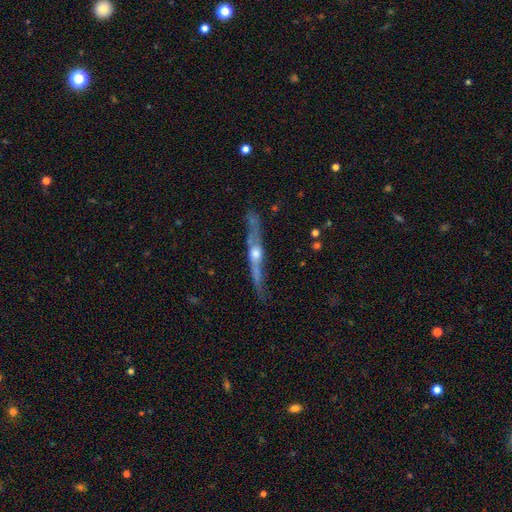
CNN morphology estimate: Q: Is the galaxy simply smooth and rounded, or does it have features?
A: featured or disk — 82%.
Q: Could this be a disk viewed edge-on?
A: yes — 93%.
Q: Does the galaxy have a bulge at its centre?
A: rounded — 90%.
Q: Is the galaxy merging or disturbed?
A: none — 76%.